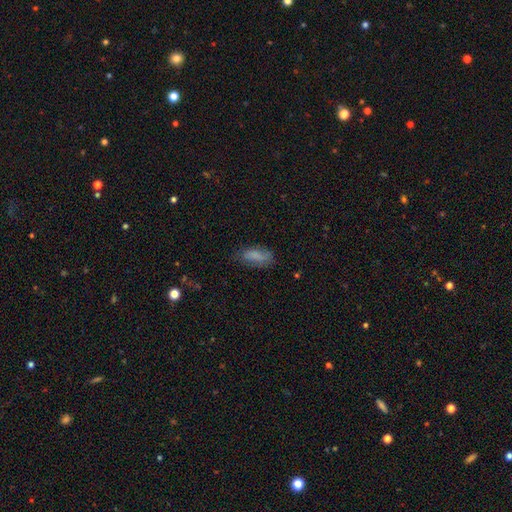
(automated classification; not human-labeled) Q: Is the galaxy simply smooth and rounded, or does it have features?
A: smooth — 78%.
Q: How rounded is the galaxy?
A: in between — 81%.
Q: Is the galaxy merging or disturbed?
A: none — 64%.